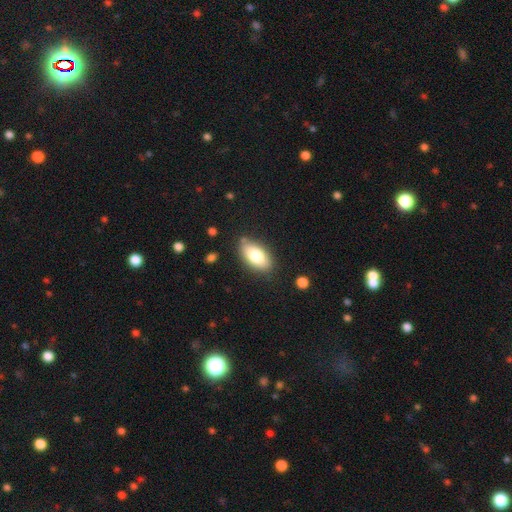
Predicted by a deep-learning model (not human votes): Overall: smooth (77%). How rounded: in between (92%). Merging: none (81%).